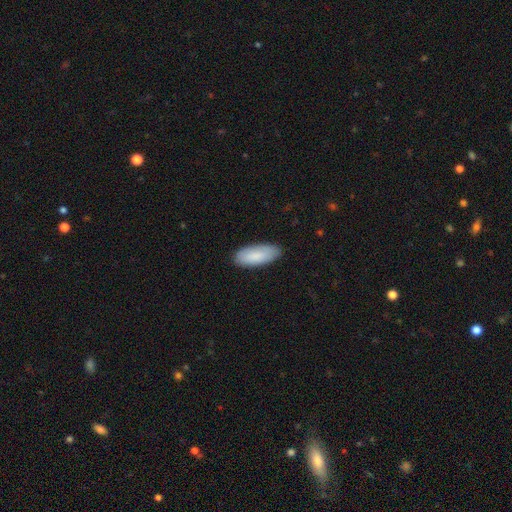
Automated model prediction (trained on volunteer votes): This is clearly a smooth galaxy (87%). How rounded: clearly in between (81%). Merging: clearly none (85%).